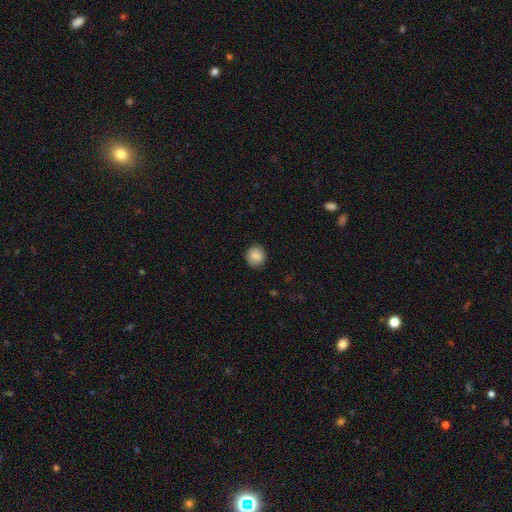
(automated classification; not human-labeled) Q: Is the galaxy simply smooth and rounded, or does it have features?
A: smooth — 87%.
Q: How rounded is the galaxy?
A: round — 86%.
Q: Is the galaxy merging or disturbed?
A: none — 87%.